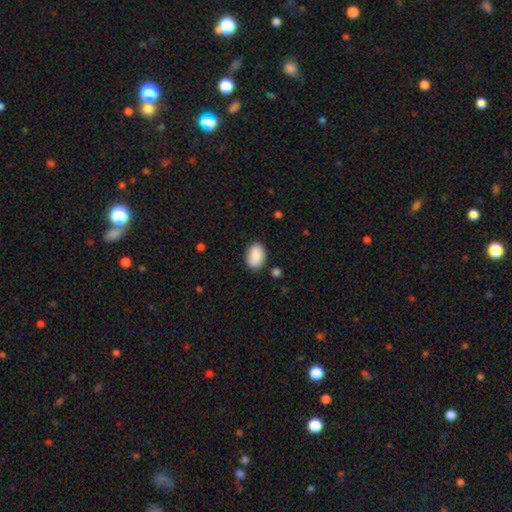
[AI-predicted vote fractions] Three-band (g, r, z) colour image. It shows a smooth galaxy with no disk features (89%) that is in between round and cigar-shaped (84%). Merging: none (83%).